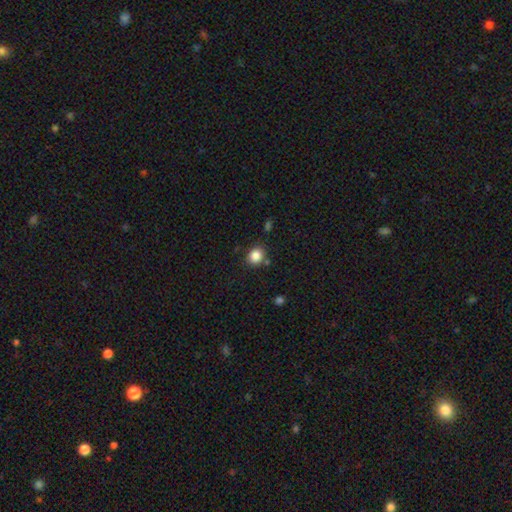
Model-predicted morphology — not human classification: A smooth galaxy with no disk features (85%) that is round (73%).

Vote fractions:
- Smooth or featured? smooth: 85% / star or artifact: 10% / featured or disk: 5%
- How rounded? round: 73% / in between: 26% / cigar-shaped: 1%
- Merging? none: 80% / minor disturbance: 11% / merger: 6% / major disturbance: 3%